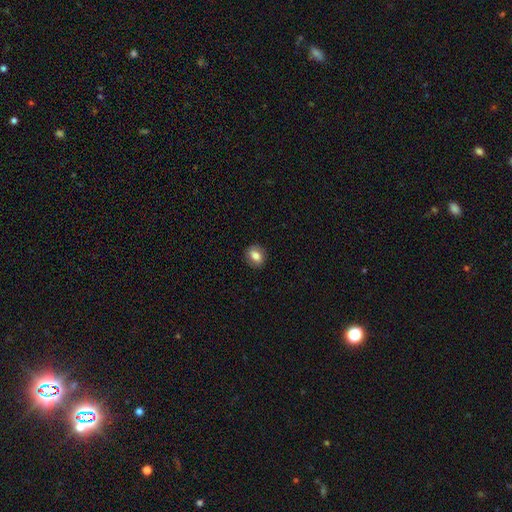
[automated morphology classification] smooth_or_featured: smooth (p=0.76) [alt: featured or disk p=0.15]
how_rounded: round (p=0.50) [alt: in between p=0.49]
merging: none (p=0.86) [alt: minor disturbance p=0.10]